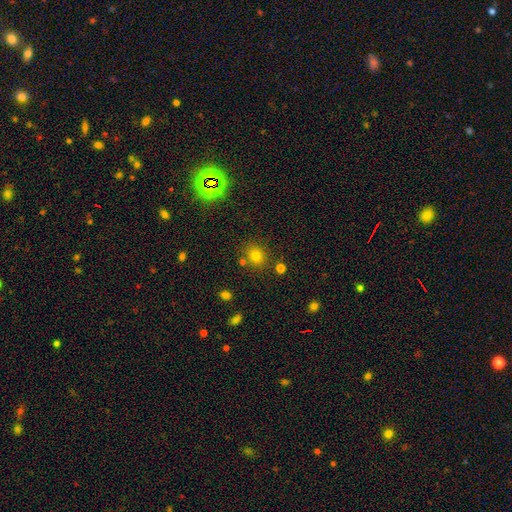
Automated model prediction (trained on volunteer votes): A smooth galaxy with no disk features (76%) that is round (75%).

Vote fractions:
- Smooth or featured? smooth: 76% / star or artifact: 17% / featured or disk: 7%
- How rounded? round: 75% / in between: 24% / cigar-shaped: 1%
- Merging? none: 79% / minor disturbance: 10% / merger: 8% / major disturbance: 3%